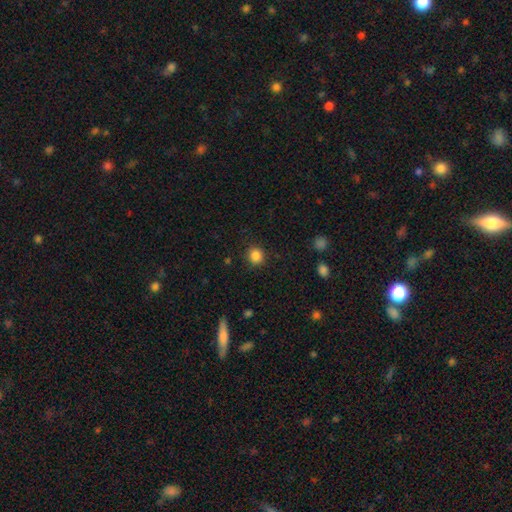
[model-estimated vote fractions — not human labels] smooth-or-featured: smooth: 86% | star or artifact: 11% | featured or disk: 3%
  how-rounded: round: 89% | in between: 10% | cigar-shaped: 1%
  merging: none: 88% | minor disturbance: 8% | major disturbance: 3% | merger: 1%